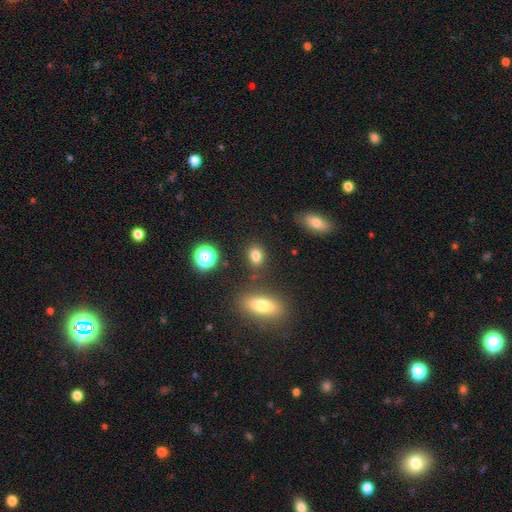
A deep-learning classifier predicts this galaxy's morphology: This appears to be a smooth galaxy with no disk features (80%) that is in between round and cigar-shaped (62%). Merging: none (80%).